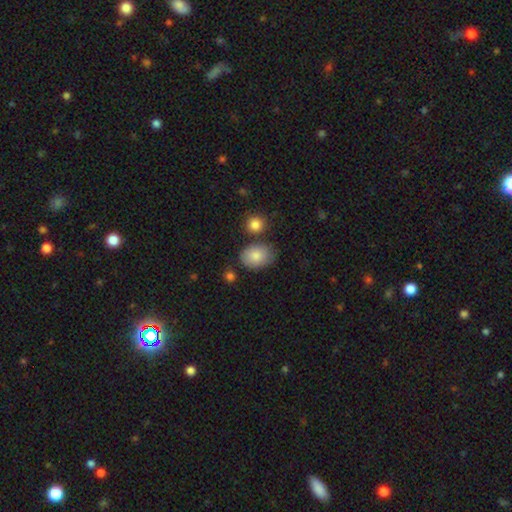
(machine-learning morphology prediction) Smooth or featured? Predicted: smooth (p=0.83). How rounded? Predicted: in between (p=0.74). Merging? Predicted: none (p=0.68).